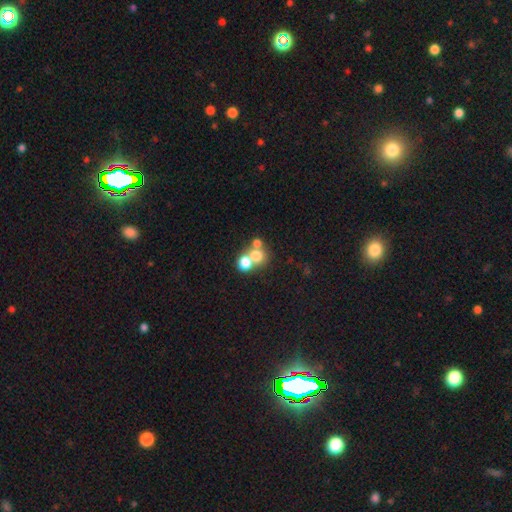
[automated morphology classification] type=smooth (68%); roundness=round (78%); merging=merger (52%).